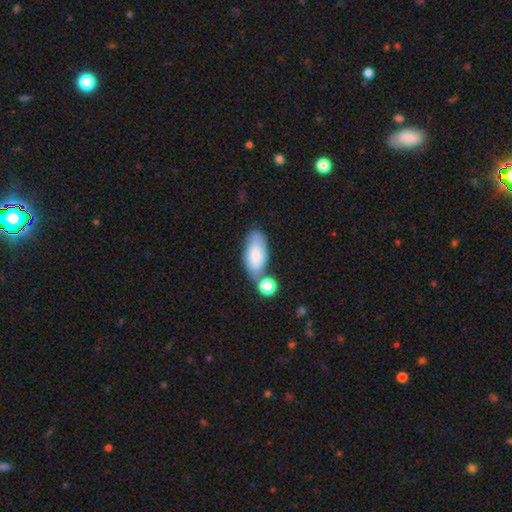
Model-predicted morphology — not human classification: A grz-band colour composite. It shows a smooth galaxy with no disk features (78%) that is in between round and cigar-shaped (87%). Merging: none (53%).